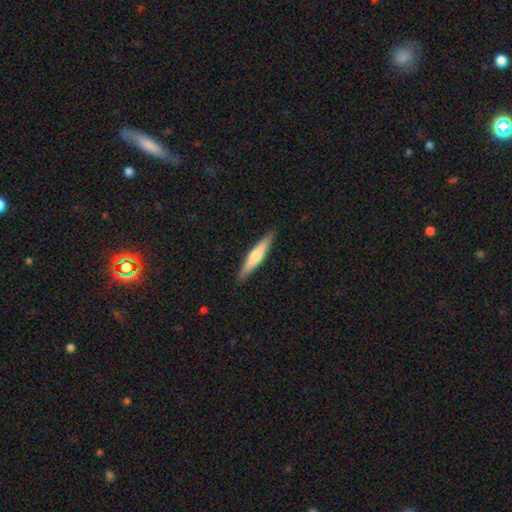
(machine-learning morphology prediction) This appears to be a smooth galaxy with no disk features (54%) that is cigar-shaped (90%). Merging: none (90%).